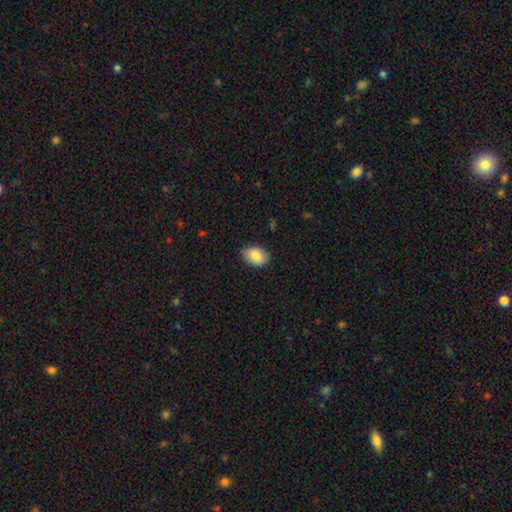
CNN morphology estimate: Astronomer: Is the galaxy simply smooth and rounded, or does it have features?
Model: smooth — 86%.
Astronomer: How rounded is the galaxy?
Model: in between — 79%.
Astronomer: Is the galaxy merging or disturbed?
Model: none — 83%.